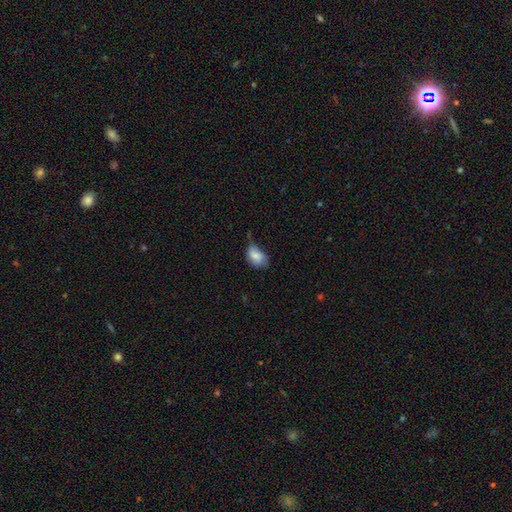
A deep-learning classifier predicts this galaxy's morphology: Smooth or featured: smooth — 79% (featured or disk — 13%)
How rounded: in between — 83% (round — 15%)
Merging: minor disturbance — 44% (none — 39%)